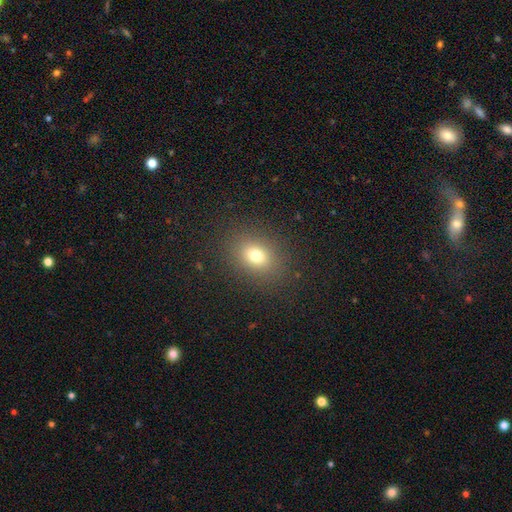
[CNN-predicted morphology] smooth_or_featured: smooth (p=0.74) [alt: star or artifact p=0.16]
how_rounded: in between (p=0.55) [alt: round p=0.44]
merging: none (p=0.86) [alt: minor disturbance p=0.09]